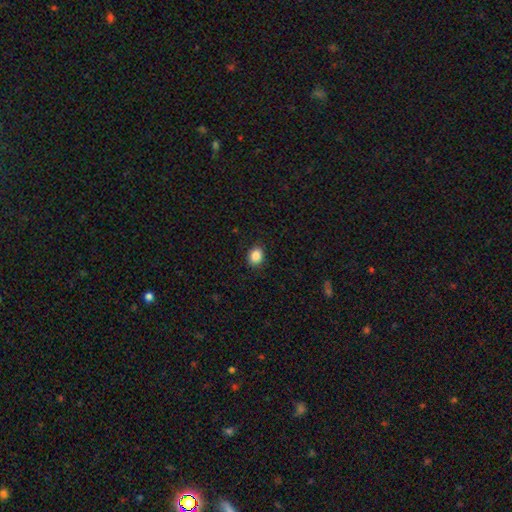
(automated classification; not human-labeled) A smooth galaxy with no disk features (87%) that is round (54%).

Vote fractions:
- Smooth or featured? smooth: 87% / star or artifact: 9% / featured or disk: 4%
- How rounded? round: 54% / in between: 46% / cigar-shaped: 1%
- Merging? none: 89% / minor disturbance: 8% / major disturbance: 2% / merger: 1%